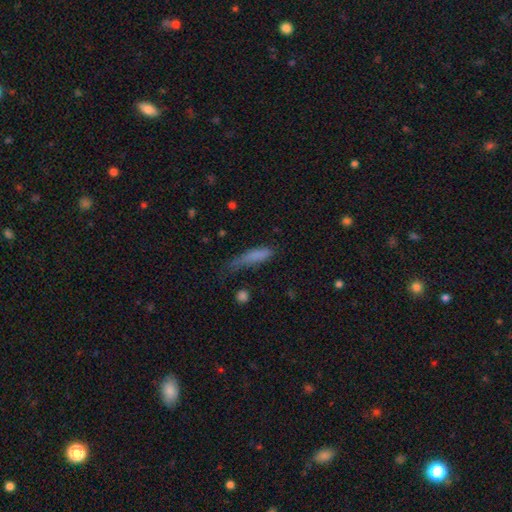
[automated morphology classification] Q: Smooth or featured?
A: smooth (77%); runner-up: featured or disk (14%)
Q: How rounded?
A: cigar-shaped (78%); runner-up: in between (20%)
Q: Merging?
A: none (42%); runner-up: minor disturbance (34%)